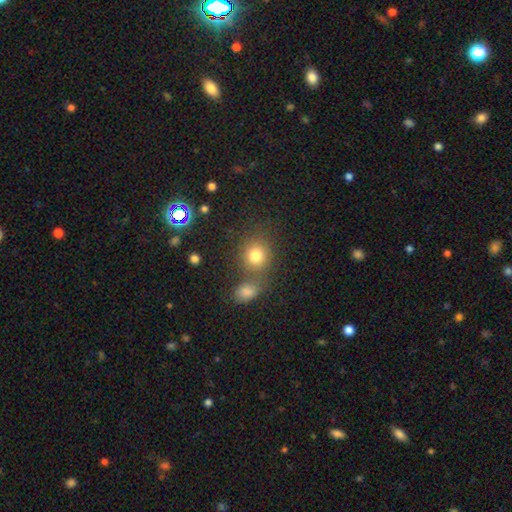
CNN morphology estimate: A smooth galaxy with no disk features (79%) that is round (77%).

Vote fractions:
- Smooth or featured? smooth: 79% / star or artifact: 13% / featured or disk: 8%
- How rounded? round: 77% / in between: 22% / cigar-shaped: 1%
- Merging? none: 61% / merger: 26% / minor disturbance: 10% / major disturbance: 4%